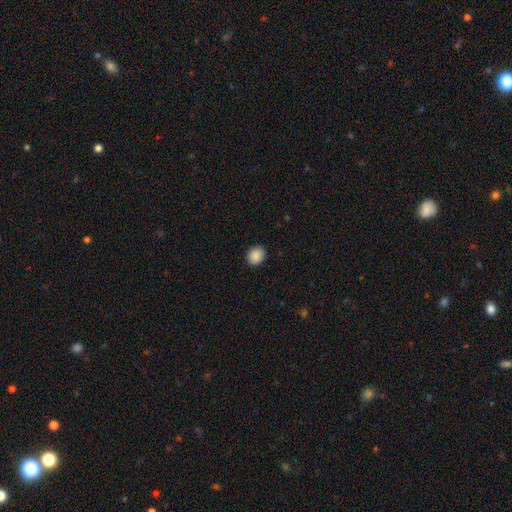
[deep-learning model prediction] This appears to be a smooth galaxy with no disk features (89%) that is round (57%). Merging: none (90%).